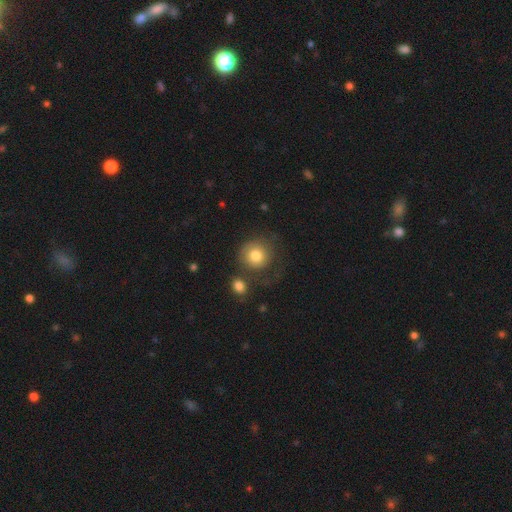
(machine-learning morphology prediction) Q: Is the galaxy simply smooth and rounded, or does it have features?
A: smooth — 78%.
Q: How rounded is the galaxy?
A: round — 90%.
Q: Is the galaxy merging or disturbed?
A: none — 57%.